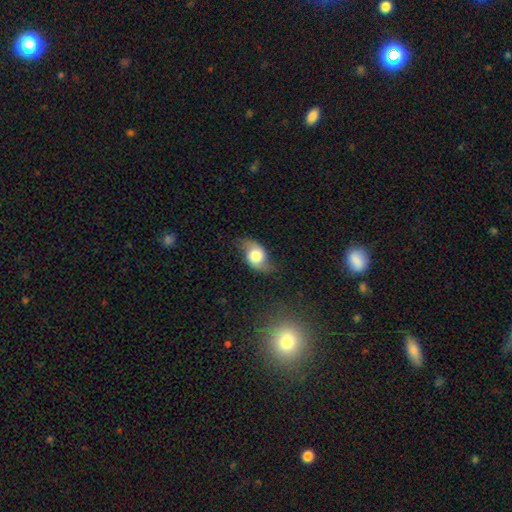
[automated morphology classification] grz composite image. It shows a featured or disk galaxy (49%). Merging: none (63%).